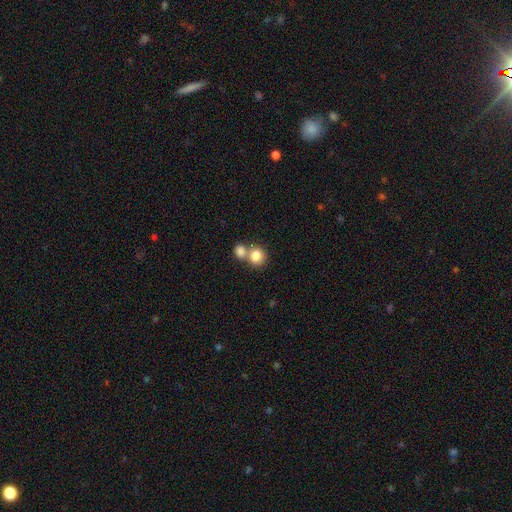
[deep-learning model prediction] smooth_or_featured: smooth (p=0.82) [alt: featured or disk p=0.10]
how_rounded: round (p=0.78) [alt: in between p=0.21]
merging: merger (p=0.54) [alt: none p=0.37]